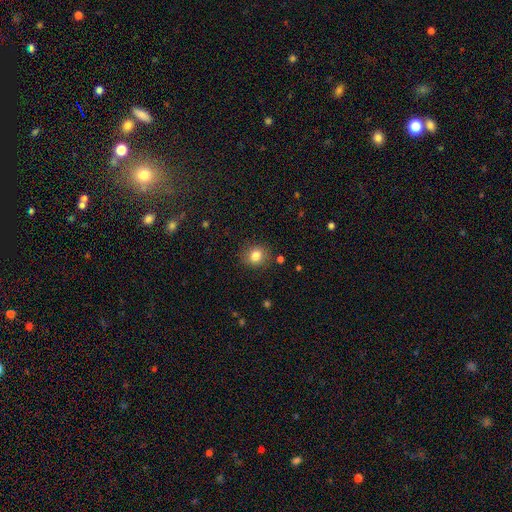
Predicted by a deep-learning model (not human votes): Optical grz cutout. It shows a smooth galaxy with no disk features (82%) that is round (75%). Merging: none (85%).